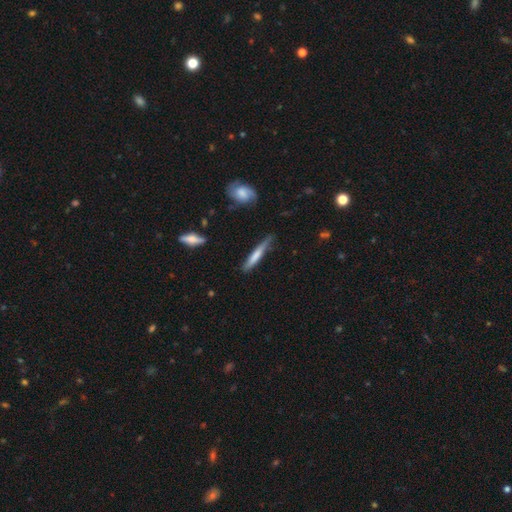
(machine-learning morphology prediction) A smooth galaxy with no disk features (64%) that is cigar-shaped (92%).

Vote fractions:
- Smooth or featured? smooth: 64% / featured or disk: 30% / star or artifact: 6%
- How rounded? cigar-shaped: 92% / in between: 7% / round: 1%
- Merging? none: 71% / minor disturbance: 23% / major disturbance: 4% / merger: 3%